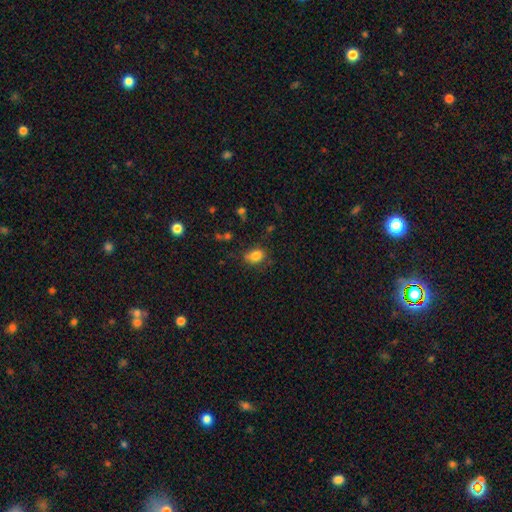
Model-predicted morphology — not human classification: This is clearly a smooth galaxy (83%). How rounded: likely in between (65%). Merging: likely none (72%).